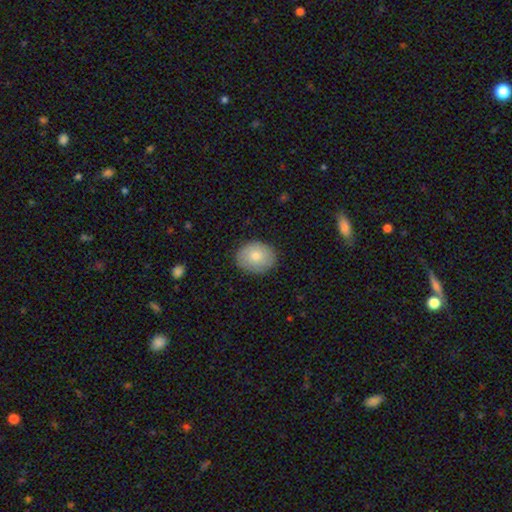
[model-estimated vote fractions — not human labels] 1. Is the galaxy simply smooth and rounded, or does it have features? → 77% smooth, 16% featured or disk, 7% star or artifact.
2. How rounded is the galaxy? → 57% round, 42% in between, 1% cigar-shaped.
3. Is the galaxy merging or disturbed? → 86% none, 11% minor disturbance, 2% major disturbance, 1% merger.